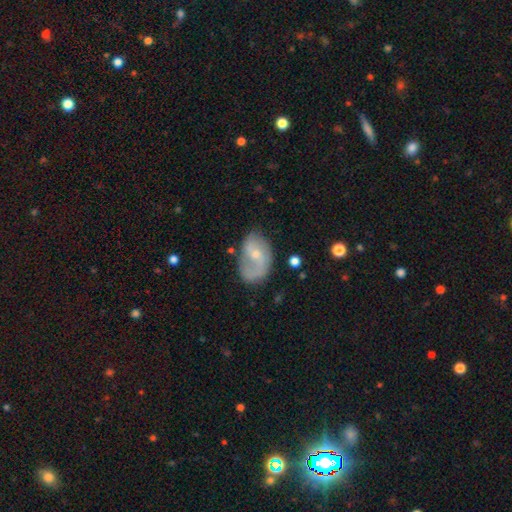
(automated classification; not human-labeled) The model was most divided on "bar": no: 55%, weak: 38%, strong: 8%. Remaining: edge-on disk — no (96%); spiral arms — yes (79%); bulge size — small (64%); smooth or featured — featured or disk (63%); merging — none (50%).